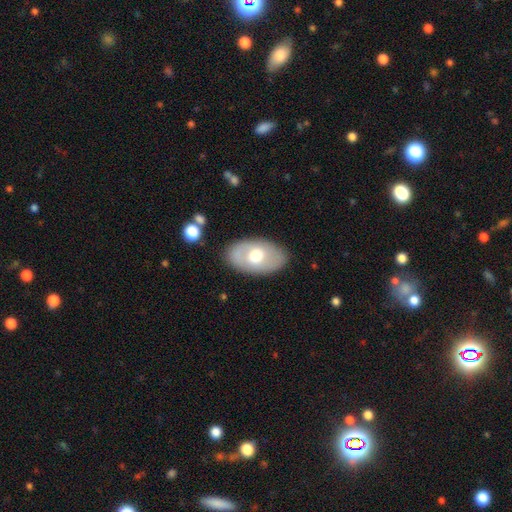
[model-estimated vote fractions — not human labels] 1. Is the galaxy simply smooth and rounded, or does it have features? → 55% smooth, 40% featured or disk, 6% star or artifact.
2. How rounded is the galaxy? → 91% in between, 8% round, 1% cigar-shaped.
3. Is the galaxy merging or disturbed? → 83% none, 11% minor disturbance, 4% major disturbance, 2% merger.